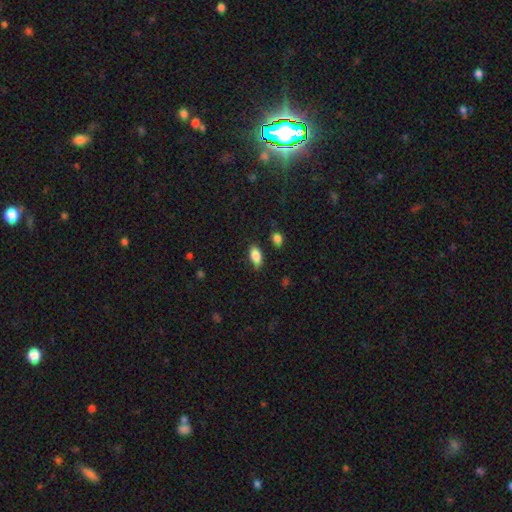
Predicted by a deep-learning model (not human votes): Smooth or featured? smooth (86%)
How rounded? in between (91%)
Merging? none (80%)